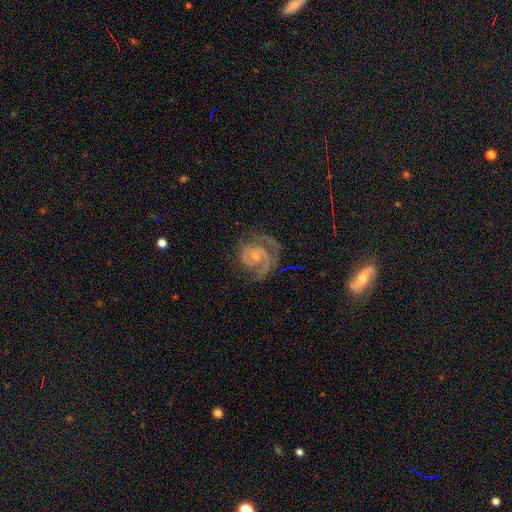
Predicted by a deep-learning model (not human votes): A featured or disk galaxy (89%) with no bar (67%), 2 (69%) tight (59%) spiral arms (97%) and a small central bulge (66%). Merging: none (68%).